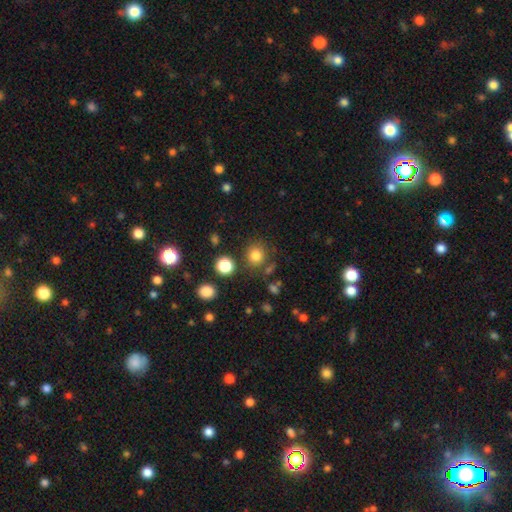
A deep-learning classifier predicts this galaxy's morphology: smooth 81%, star or artifact 13%, featured or disk 6%. Down the decision tree: how rounded — round (88%); merging — none (79%).